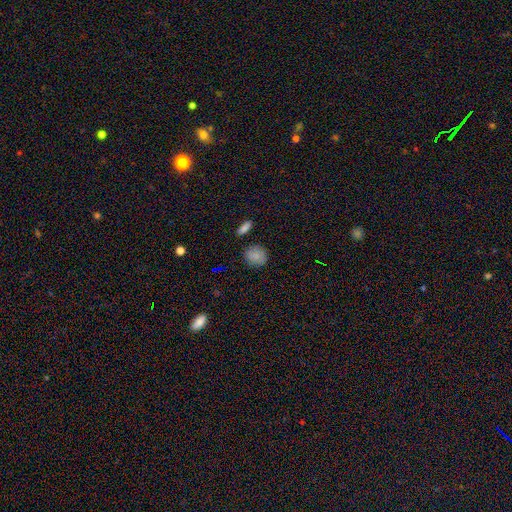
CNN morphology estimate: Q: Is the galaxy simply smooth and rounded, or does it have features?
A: smooth — 83%.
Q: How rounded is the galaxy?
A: round — 74%.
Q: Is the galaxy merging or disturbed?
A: none — 82%.